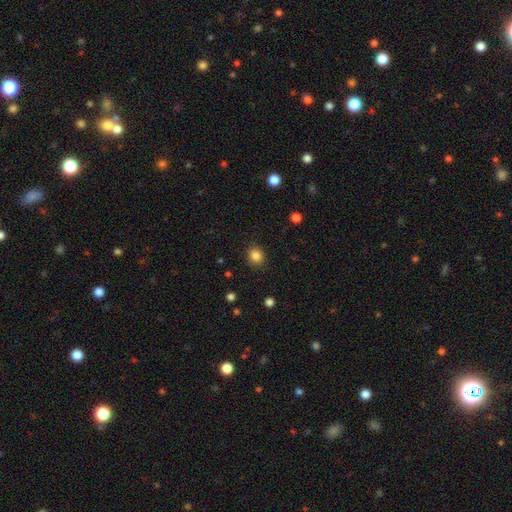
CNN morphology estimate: smooth_or_featured: smooth (p=0.85) [alt: star or artifact p=0.11]
how_rounded: round (p=0.74) [alt: in between p=0.25]
merging: none (p=0.88) [alt: minor disturbance p=0.08]